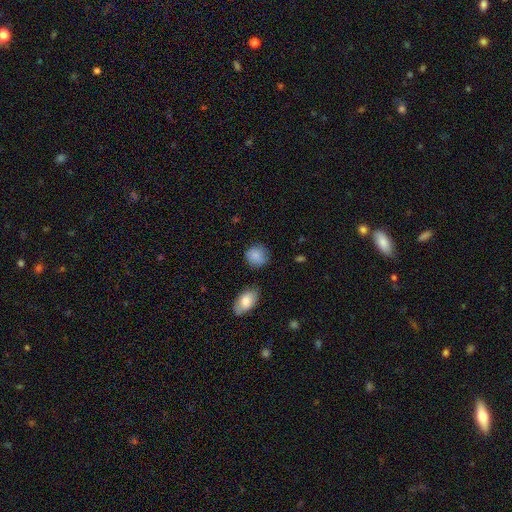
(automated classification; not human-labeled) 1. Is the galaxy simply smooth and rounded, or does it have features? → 83% smooth, 9% featured or disk, 8% star or artifact.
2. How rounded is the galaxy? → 76% round, 22% in between, 1% cigar-shaped.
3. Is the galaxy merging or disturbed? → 73% none, 19% minor disturbance, 4% major disturbance, 3% merger.